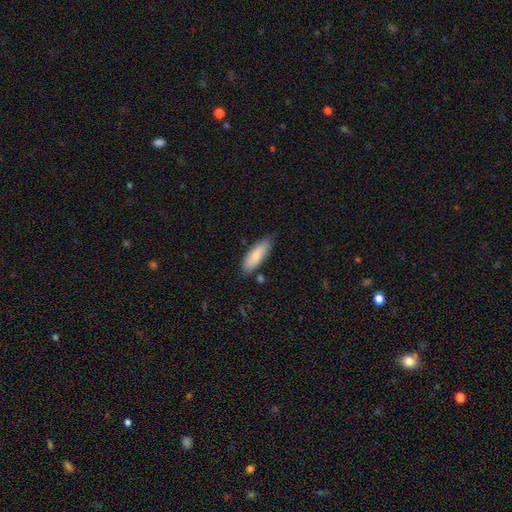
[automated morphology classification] Smooth or featured?
  - smooth: 81% *
  - featured or disk: 13%
  - star or artifact: 6%
How rounded?
  - in between: 63% *
  - cigar-shaped: 35%
  - round: 2%
Merging?
  - none: 77% *
  - minor disturbance: 17%
  - merger: 3%
  - major disturbance: 3%